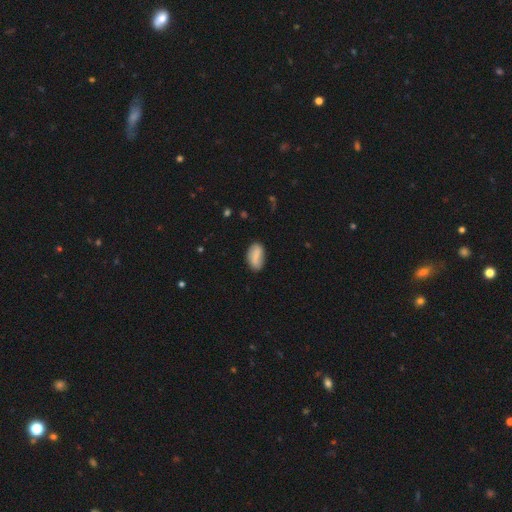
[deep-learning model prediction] Smooth or featured: smooth — 78% (featured or disk — 15%)
How rounded: in between — 92% (round — 4%)
Merging: none — 74% (minor disturbance — 20%)